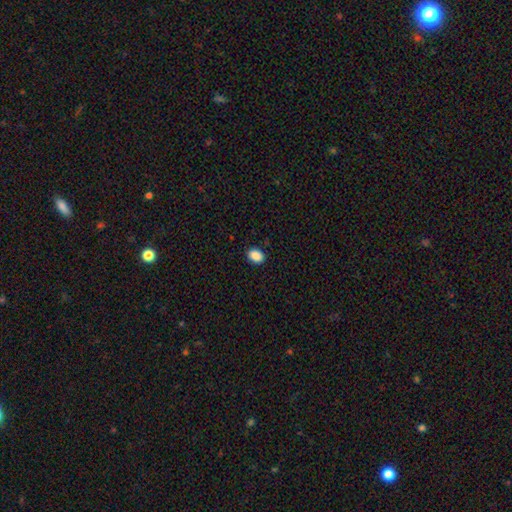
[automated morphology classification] type=smooth (89%); roundness=in between (74%); merging=none (90%).